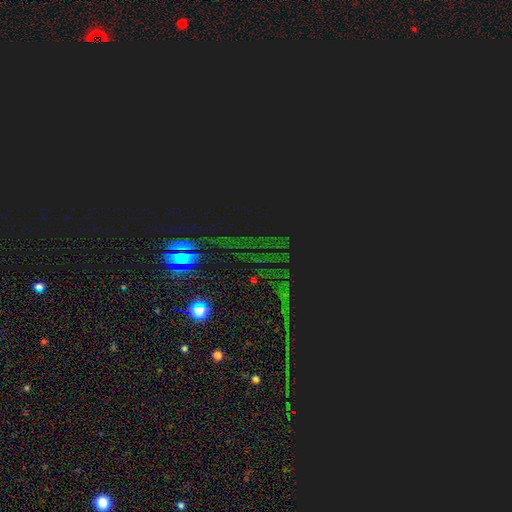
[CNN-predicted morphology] This appears to be a star or artifact, not a galaxy (84%).